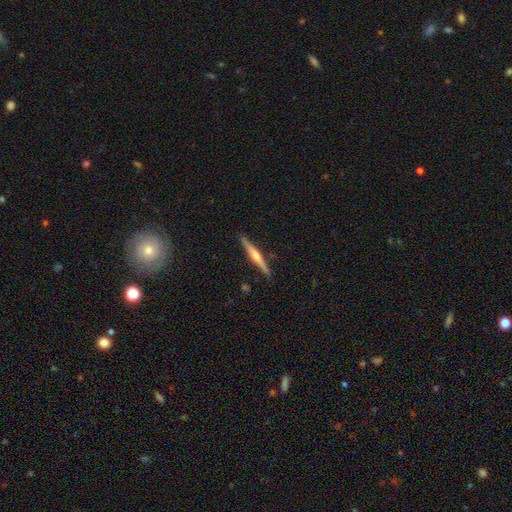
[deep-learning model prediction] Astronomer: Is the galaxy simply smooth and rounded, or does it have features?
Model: featured or disk — 68%.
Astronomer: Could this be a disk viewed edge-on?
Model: yes — 98%.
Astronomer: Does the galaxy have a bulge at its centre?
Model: rounded — 85%.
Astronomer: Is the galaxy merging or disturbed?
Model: none — 90%.